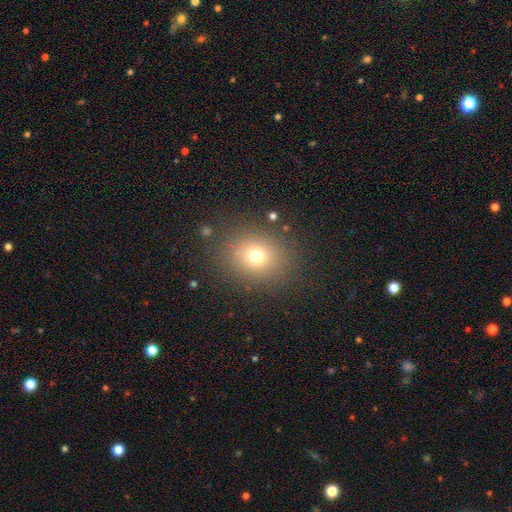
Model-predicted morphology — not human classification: Smooth or featured? Predicted: smooth (p=0.72). How rounded? Predicted: round (p=0.73). Merging? Predicted: none (p=0.84).